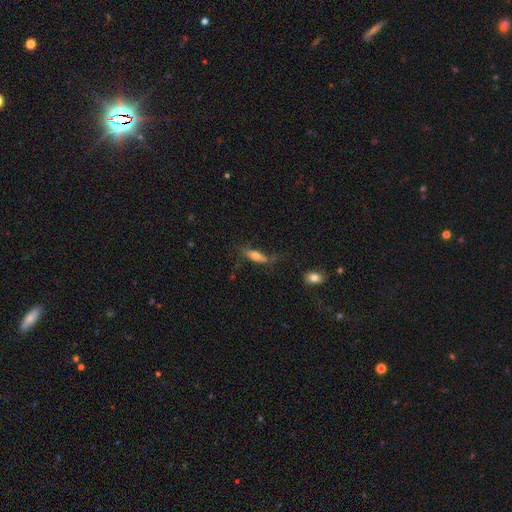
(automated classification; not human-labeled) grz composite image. It shows a smooth galaxy with no disk features (62%) that is in between round and cigar-shaped (50%). Merging: none (52%).